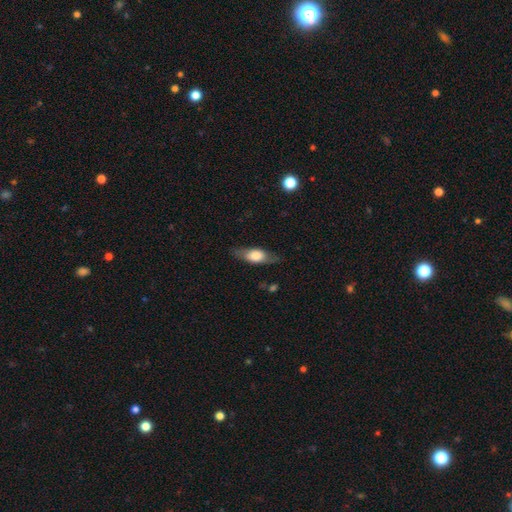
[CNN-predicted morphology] type=smooth (59%); roundness=in between (71%); merging=none (78%).